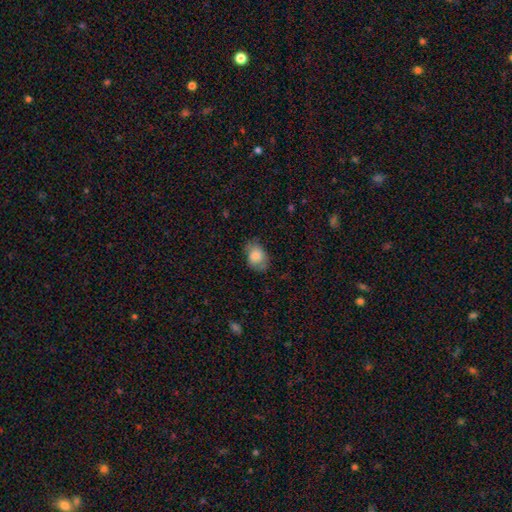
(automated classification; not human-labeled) Q: Smooth or featured?
A: smooth (78%); runner-up: featured or disk (14%)
Q: How rounded?
A: in between (74%); runner-up: round (24%)
Q: Merging?
A: none (68%); runner-up: minor disturbance (24%)